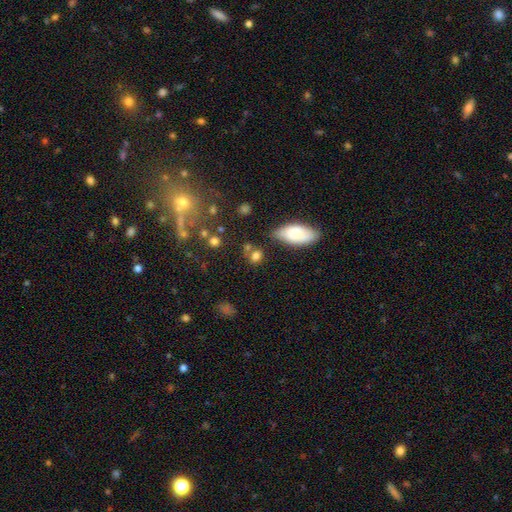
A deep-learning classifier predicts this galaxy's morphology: The model was most divided on "how rounded": round: 50%, in between: 46%, cigar-shaped: 5%. More confident: smooth or featured — smooth (79%); merging — none (61%).